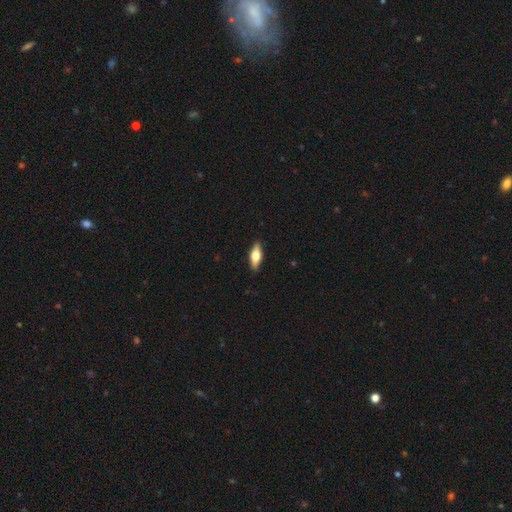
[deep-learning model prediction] Morphology: type=smooth (57%); roundness=in between (64%); merging=none (90%).